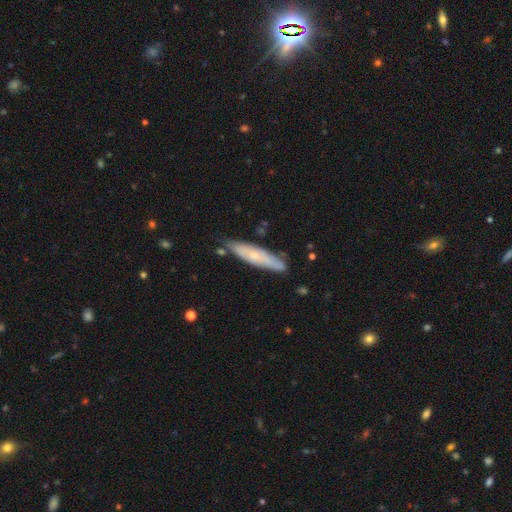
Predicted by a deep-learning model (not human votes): This appears to be a featured or disk galaxy (50%). Merging: none (75%).